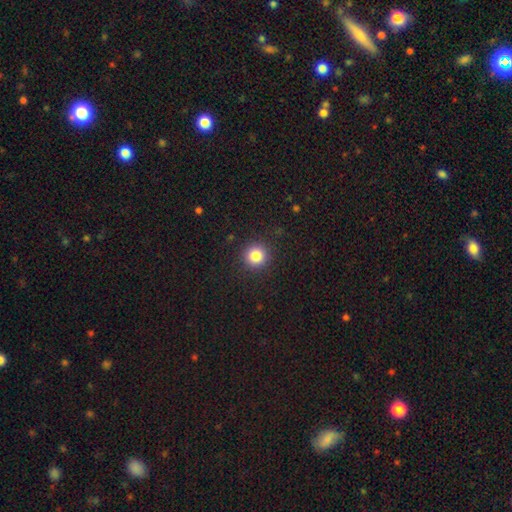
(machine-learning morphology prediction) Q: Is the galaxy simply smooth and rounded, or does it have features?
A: smooth — 84%.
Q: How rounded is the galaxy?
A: round — 94%.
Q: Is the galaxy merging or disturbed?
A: none — 91%.